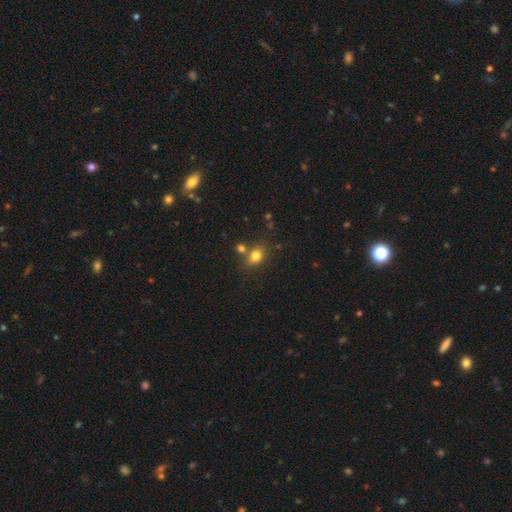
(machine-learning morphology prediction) A smooth galaxy with no disk features (79%) that is in between round and cigar-shaped (58%).

Vote fractions:
- Smooth or featured? smooth: 79% / star or artifact: 12% / featured or disk: 9%
- How rounded? in between: 58% / round: 41% / cigar-shaped: 2%
- Merging? none: 63% / merger: 20% / minor disturbance: 13% / major disturbance: 4%